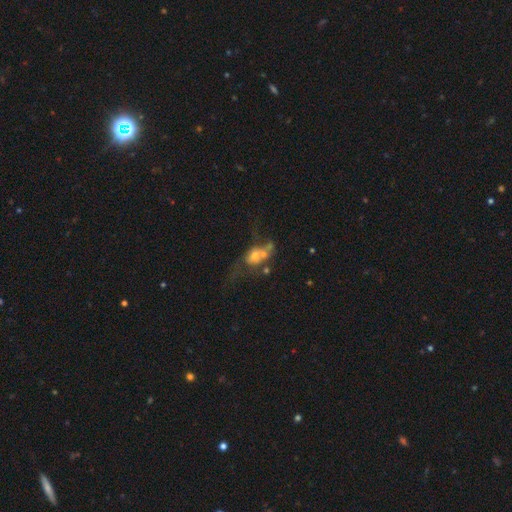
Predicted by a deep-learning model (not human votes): smooth-or-featured: featured or disk: 45% | smooth: 40% | star or artifact: 15%
  merging: merger: 45% | major disturbance: 25% | none: 19% | minor disturbance: 11%